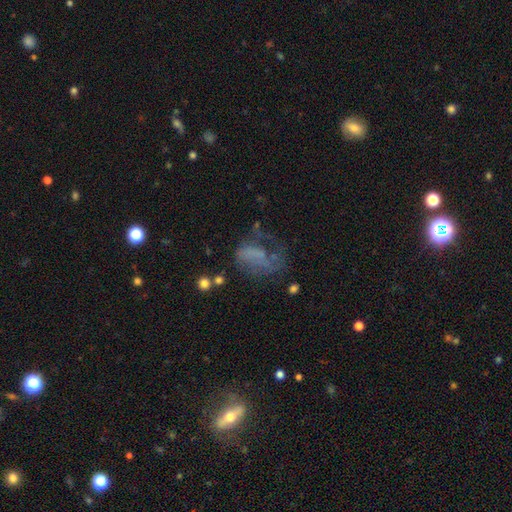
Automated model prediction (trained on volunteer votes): This appears to be a featured or disk galaxy (46%). Merging: major disturbance (46%).